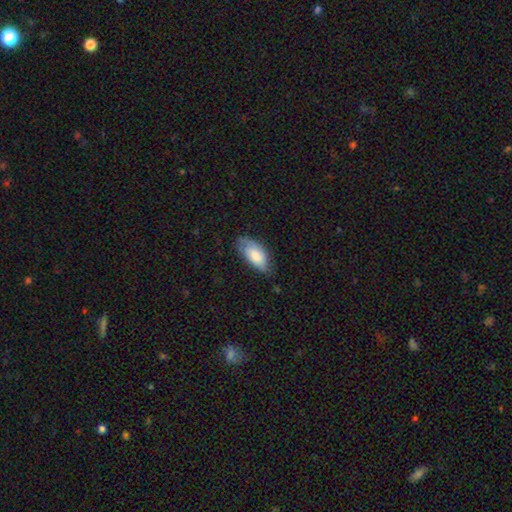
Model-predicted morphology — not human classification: The model was most divided on "merging": none: 64%, minor disturbance: 29%, major disturbance: 6%, merger: 1%. More confident: how rounded — in between (89%); smooth or featured — smooth (75%).